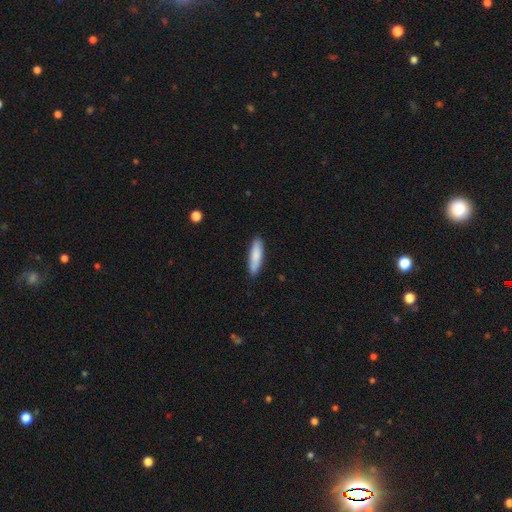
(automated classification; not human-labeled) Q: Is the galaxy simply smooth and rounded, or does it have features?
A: smooth — 84%.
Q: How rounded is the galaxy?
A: cigar-shaped — 69%.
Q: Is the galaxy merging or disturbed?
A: none — 88%.